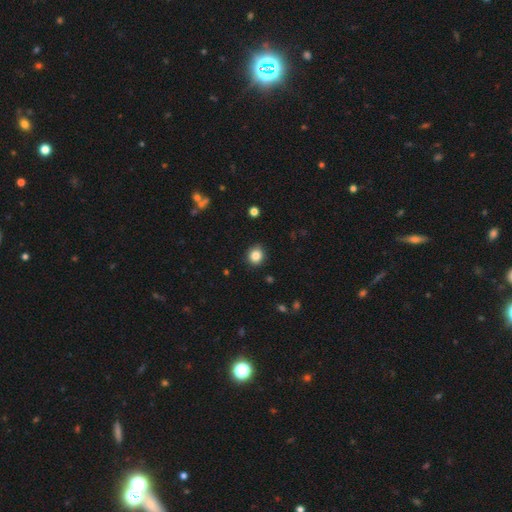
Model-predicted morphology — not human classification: This appears to be a smooth galaxy with no disk features (85%) that is round (83%). Merging: none (90%).